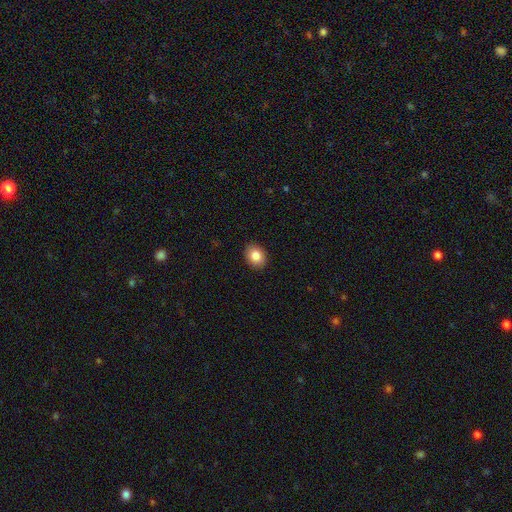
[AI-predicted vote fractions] A smooth galaxy with no disk features (84%) that is in between round and cigar-shaped (58%).

Vote fractions:
- Smooth or featured? smooth: 84% / star or artifact: 9% / featured or disk: 7%
- How rounded? in between: 58% / round: 41% / cigar-shaped: 1%
- Merging? none: 90% / minor disturbance: 7% / major disturbance: 2% / merger: 1%